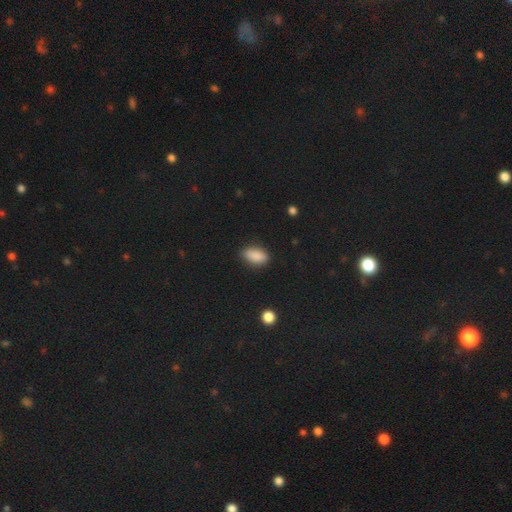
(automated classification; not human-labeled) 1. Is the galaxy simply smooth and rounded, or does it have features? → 88% smooth, 8% star or artifact, 4% featured or disk.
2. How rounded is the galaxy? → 90% in between, 6% cigar-shaped, 4% round.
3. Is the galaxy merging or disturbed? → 83% none, 13% minor disturbance, 3% major disturbance, 1% merger.